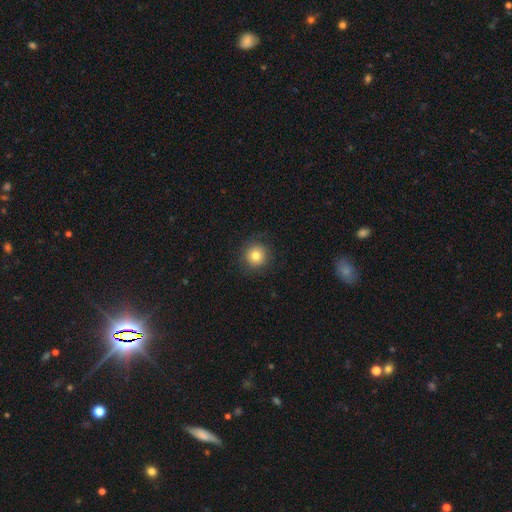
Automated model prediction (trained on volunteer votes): This appears to be a smooth galaxy with no disk features (79%) that is round (94%). Merging: none (87%).